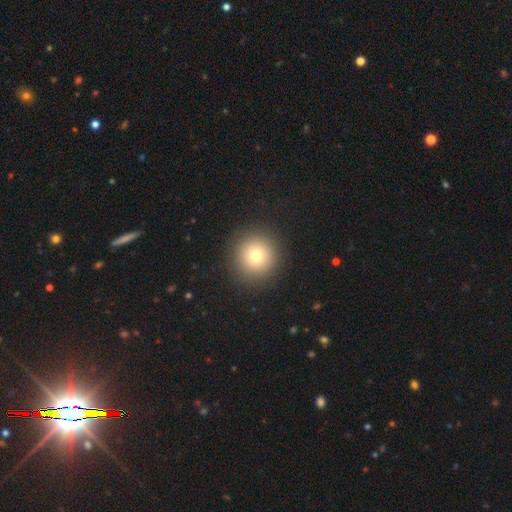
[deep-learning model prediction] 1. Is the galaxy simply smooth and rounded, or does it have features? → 77% smooth, 13% star or artifact, 10% featured or disk.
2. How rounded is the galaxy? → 94% round, 5% in between, 1% cigar-shaped.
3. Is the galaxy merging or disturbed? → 91% none, 5% minor disturbance, 2% major disturbance, 1% merger.